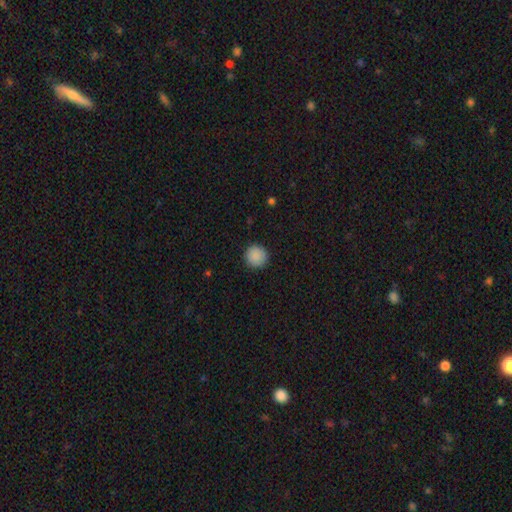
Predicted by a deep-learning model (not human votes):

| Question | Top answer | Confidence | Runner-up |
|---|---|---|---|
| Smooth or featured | smooth | 89% | star or artifact (8%) |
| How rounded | round | 94% | in between (5%) |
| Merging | none | 91% | minor disturbance (6%) |